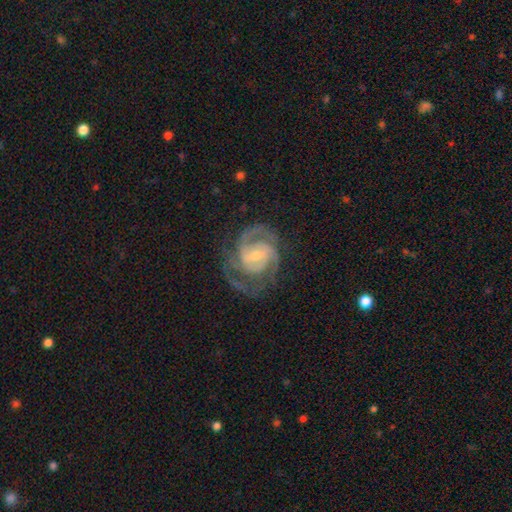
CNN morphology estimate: Overall: featured or disk (91%). Edge-on disk: no (98%). Bar: weak (53%; no 26%). Spiral arms: yes (98%). Spiral arm count: 2 (48%; 3 28%). Spiral winding: tight (51%; medium 43%). Bulge size: small (56%; moderate 38%). Merging: none (68%).